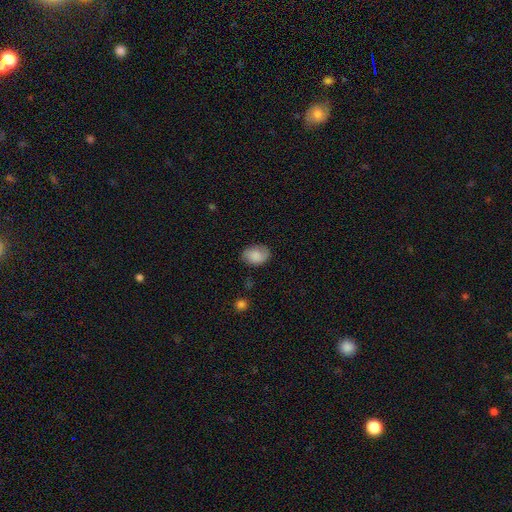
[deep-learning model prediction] Morphology: type=smooth (80%); roundness=in between (78%); merging=none (74%).